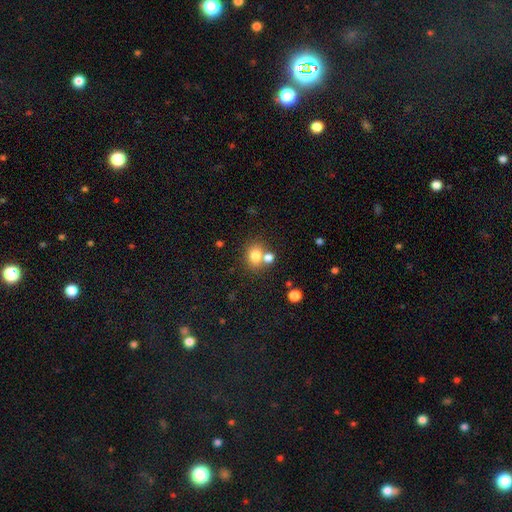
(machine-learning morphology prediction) smooth 78%, star or artifact 13%, featured or disk 9%. Down the decision tree: how rounded — round (62%); merging — none (57%).